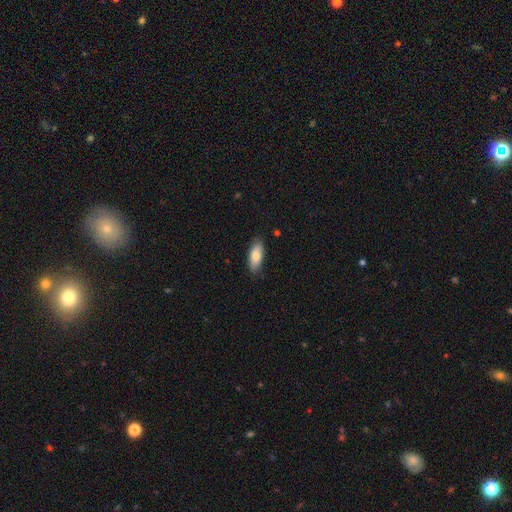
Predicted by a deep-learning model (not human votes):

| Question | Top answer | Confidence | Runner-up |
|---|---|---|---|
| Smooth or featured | smooth | 78% | featured or disk (16%) |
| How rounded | in between | 78% | cigar-shaped (20%) |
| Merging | none | 84% | minor disturbance (13%) |